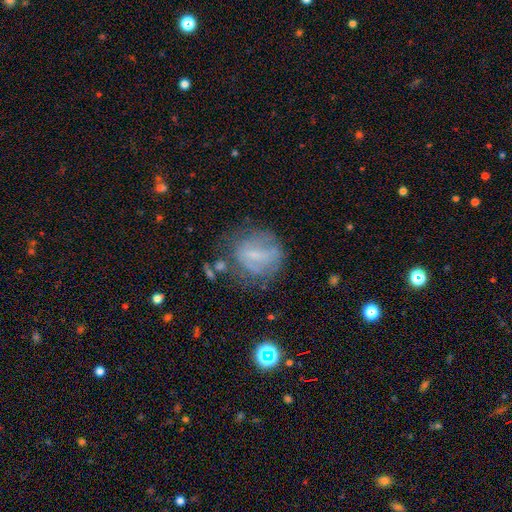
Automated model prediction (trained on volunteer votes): Smooth or featured? Predicted: smooth (p=0.45). Merging? Predicted: none (p=0.55).